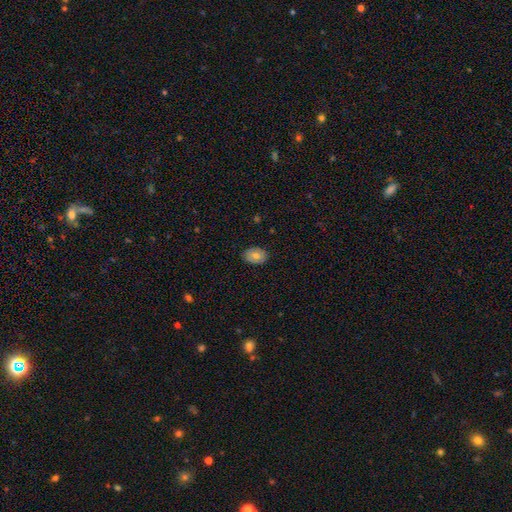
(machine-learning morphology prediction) Q: Smooth or featured?
A: smooth (71%); runner-up: featured or disk (21%)
Q: How rounded?
A: in between (73%); runner-up: round (26%)
Q: Merging?
A: none (86%); runner-up: minor disturbance (11%)